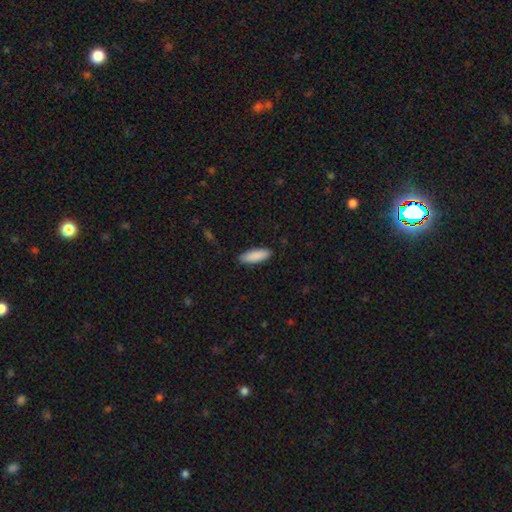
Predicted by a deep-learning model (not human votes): Q: Smooth or featured?
A: smooth (90%); runner-up: star or artifact (5%)
Q: How rounded?
A: in between (62%); runner-up: cigar-shaped (37%)
Q: Merging?
A: none (89%); runner-up: minor disturbance (8%)